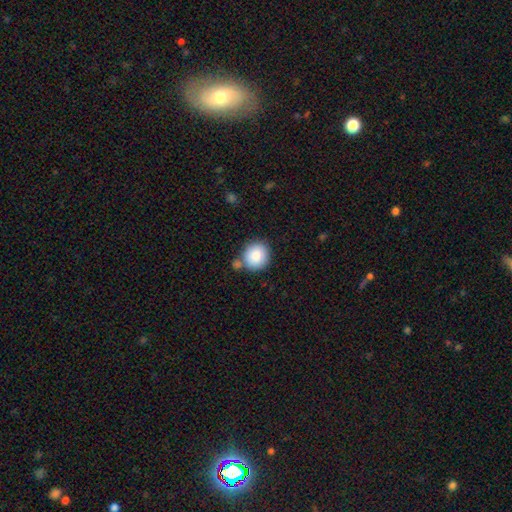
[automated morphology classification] A smooth galaxy with no disk features (87%) that is round (86%). Merging: none (70%).